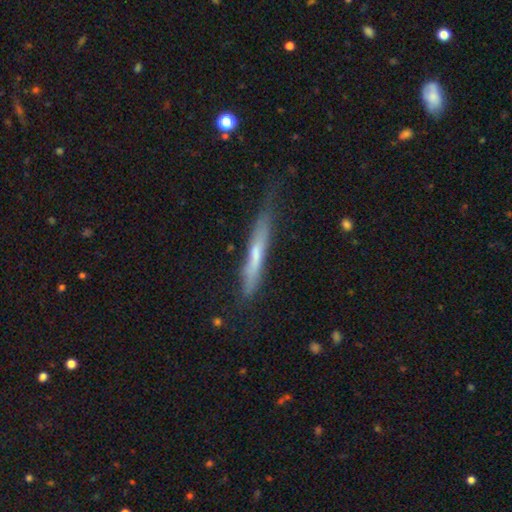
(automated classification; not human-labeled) The model was most divided on "smooth or featured": smooth: 48%, featured or disk: 46%, star or artifact: 7%. More confident: merging — none (62%).